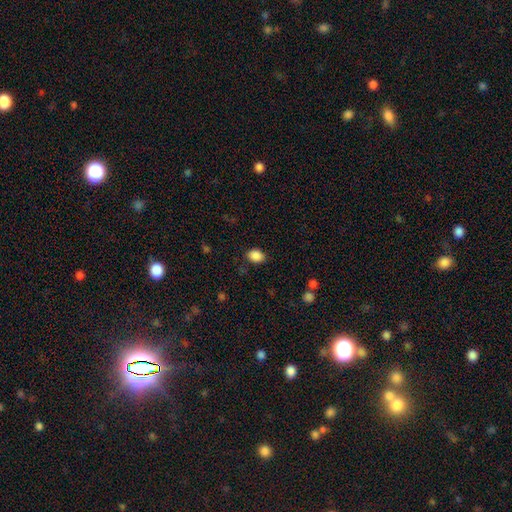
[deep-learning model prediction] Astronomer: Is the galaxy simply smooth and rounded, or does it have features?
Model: smooth — 88%.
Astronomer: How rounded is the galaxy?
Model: in between — 69%.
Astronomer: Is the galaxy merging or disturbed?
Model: none — 83%.